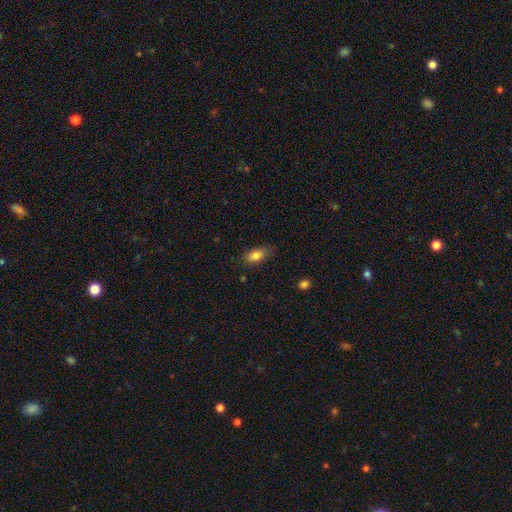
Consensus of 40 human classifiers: This appears to be a smooth galaxy with no disk features (75%) that is in between round and cigar-shaped (87%). Merging: none (81%).